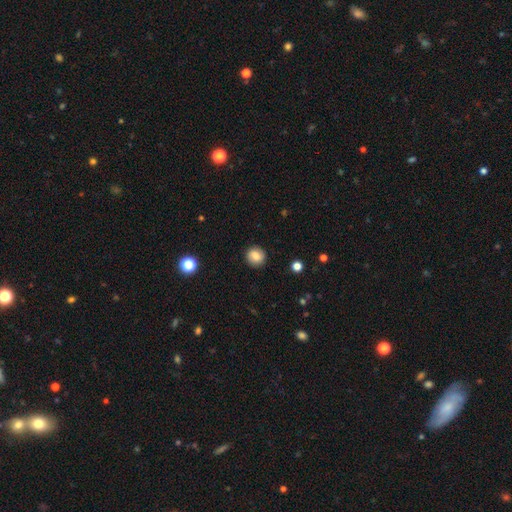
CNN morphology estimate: smooth-or-featured: smooth: 79% | featured or disk: 11% | star or artifact: 10%
  how-rounded: round: 90% | in between: 9% | cigar-shaped: 1%
  merging: none: 91% | minor disturbance: 6% | major disturbance: 2% | merger: 1%